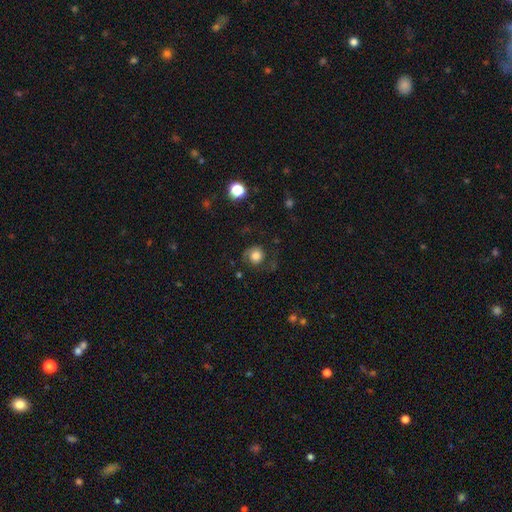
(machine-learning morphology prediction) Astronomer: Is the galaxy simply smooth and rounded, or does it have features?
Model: smooth — 69%.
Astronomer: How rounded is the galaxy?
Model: round — 85%.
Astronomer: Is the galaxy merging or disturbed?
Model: none — 60%.